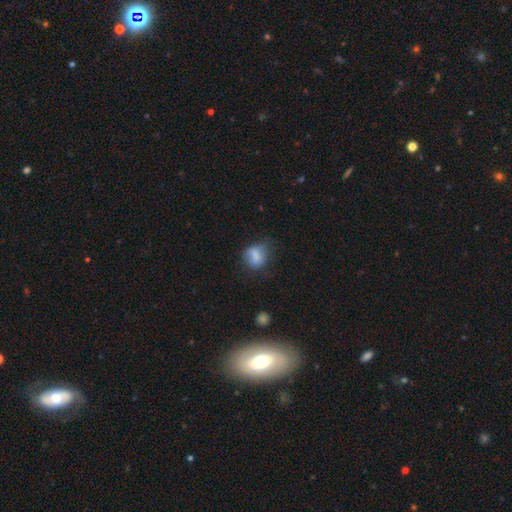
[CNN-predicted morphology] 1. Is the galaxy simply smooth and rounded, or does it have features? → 76% smooth, 14% featured or disk, 10% star or artifact.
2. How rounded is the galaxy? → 53% round, 45% in between, 2% cigar-shaped.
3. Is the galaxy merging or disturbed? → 52% none, 30% minor disturbance, 14% major disturbance, 3% merger.